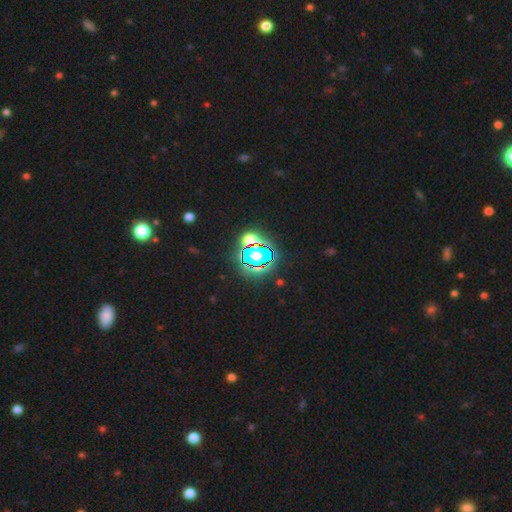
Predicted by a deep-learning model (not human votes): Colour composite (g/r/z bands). It shows a star or artifact, not a galaxy (64%).